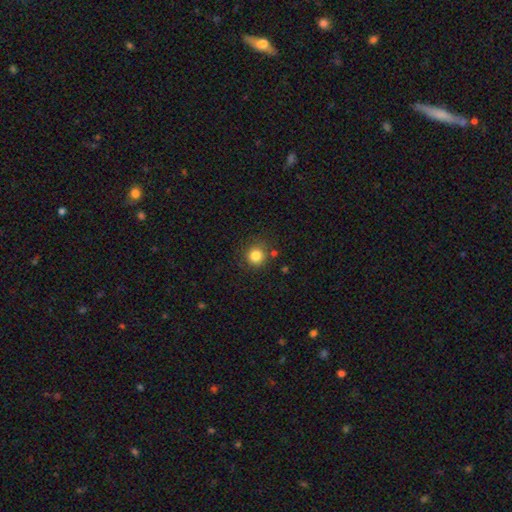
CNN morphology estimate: This is clearly a smooth galaxy (83%). How rounded: clearly round (91%). Merging: clearly none (81%).